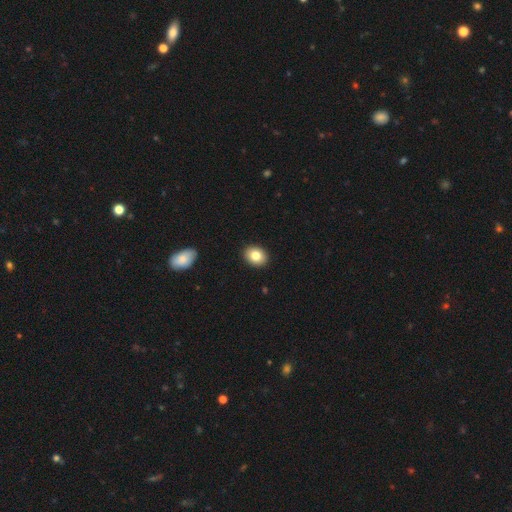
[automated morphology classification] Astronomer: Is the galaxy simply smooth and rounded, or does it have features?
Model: smooth — 83%.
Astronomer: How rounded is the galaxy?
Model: in between — 59% (runner-up: round, 40%).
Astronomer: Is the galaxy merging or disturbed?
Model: none — 92%.